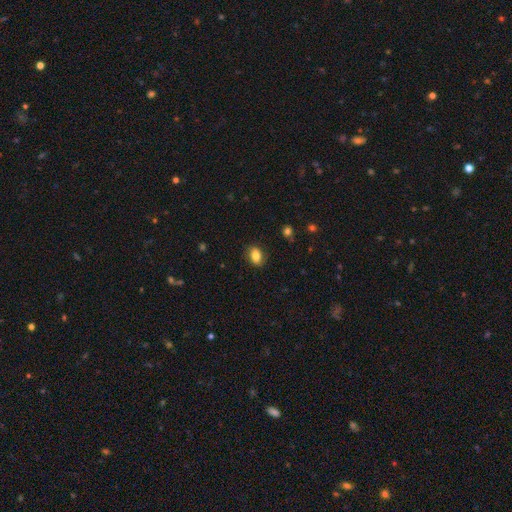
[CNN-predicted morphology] Smooth or featured: smooth — 83% (star or artifact — 9%)
How rounded: in between — 76% (round — 23%)
Merging: none — 85% (minor disturbance — 11%)